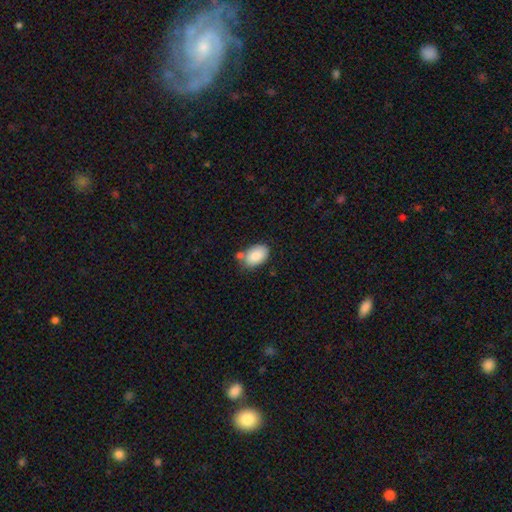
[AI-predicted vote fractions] smooth-or-featured: smooth: 87% | star or artifact: 7% | featured or disk: 7%
  how-rounded: in between: 90% | round: 8% | cigar-shaped: 1%
  merging: none: 64% | minor disturbance: 19% | merger: 13% | major disturbance: 4%